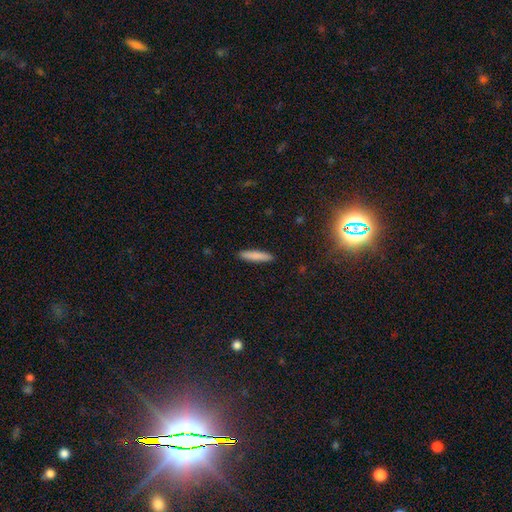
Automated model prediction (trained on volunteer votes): Q: Smooth or featured?
A: smooth (84%); runner-up: featured or disk (10%)
Q: How rounded?
A: cigar-shaped (87%); runner-up: in between (12%)
Q: Merging?
A: none (91%); runner-up: minor disturbance (6%)